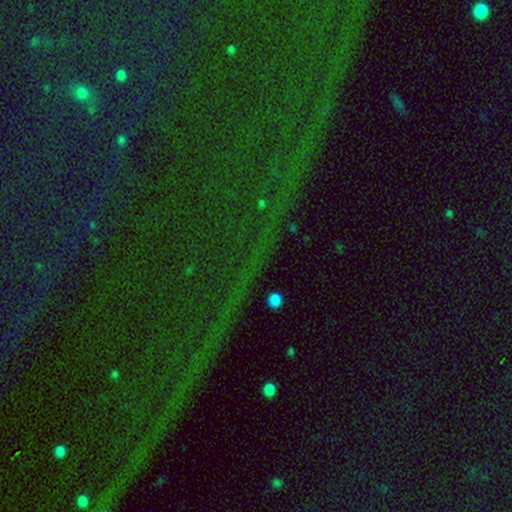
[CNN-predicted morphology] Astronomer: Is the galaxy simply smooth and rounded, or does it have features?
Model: star or artifact — 81%.